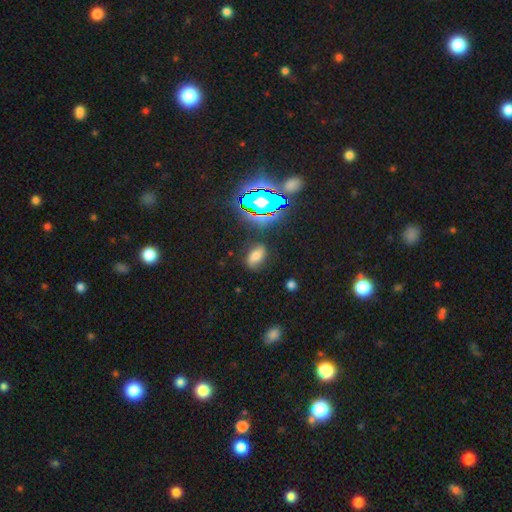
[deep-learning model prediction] Smooth or featured? Predicted: smooth (p=0.61). How rounded? Predicted: in between (p=0.87). Merging? Predicted: none (p=0.80).